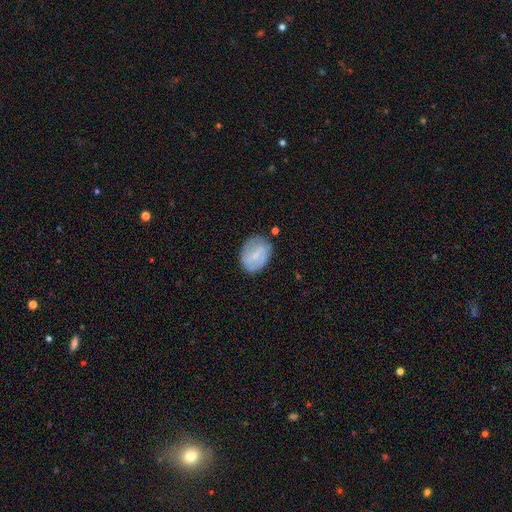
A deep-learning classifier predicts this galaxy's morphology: smooth-or-featured: featured or disk: 47% | smooth: 46% | star or artifact: 7%
  merging: none: 71% | minor disturbance: 20% | major disturbance: 6% | merger: 3%